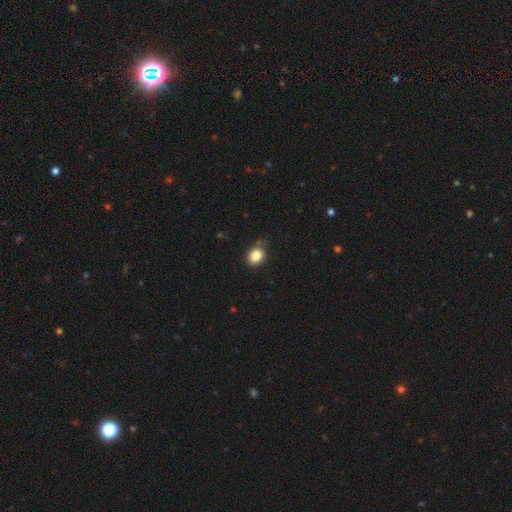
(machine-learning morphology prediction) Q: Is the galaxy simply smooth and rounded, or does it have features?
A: smooth — 84%.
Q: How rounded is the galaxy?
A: round — 55%.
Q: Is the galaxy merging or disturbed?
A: none — 75%.